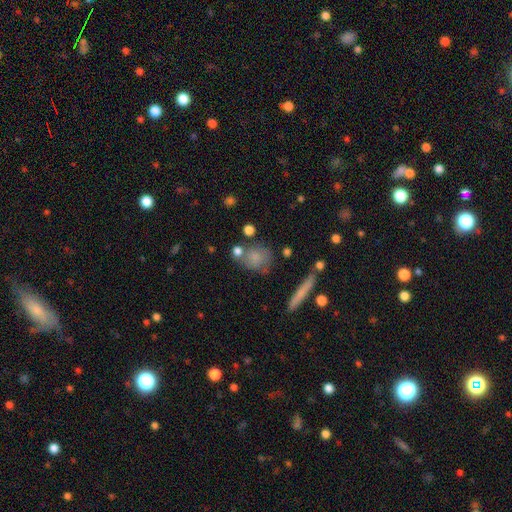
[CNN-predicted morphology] smooth-or-featured: smooth: 68% | featured or disk: 20% | star or artifact: 12%
  how-rounded: round: 62% | in between: 32% | cigar-shaped: 7%
  merging: none: 61% | minor disturbance: 17% | merger: 15% | major disturbance: 7%